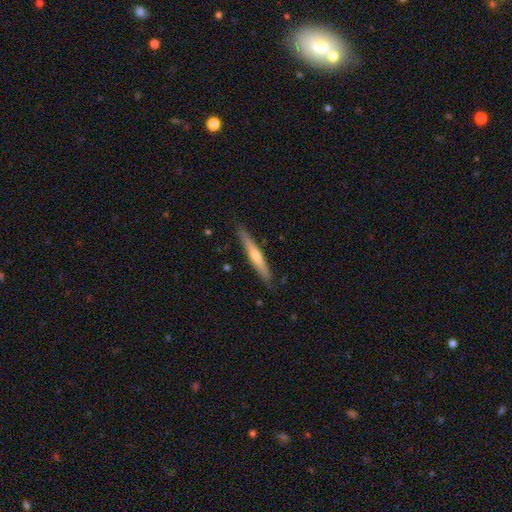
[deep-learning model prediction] Morphology: type=featured or disk (55%); edge-on=yes (96%); edge-on bulge=rounded (73%); merging=none (87%).